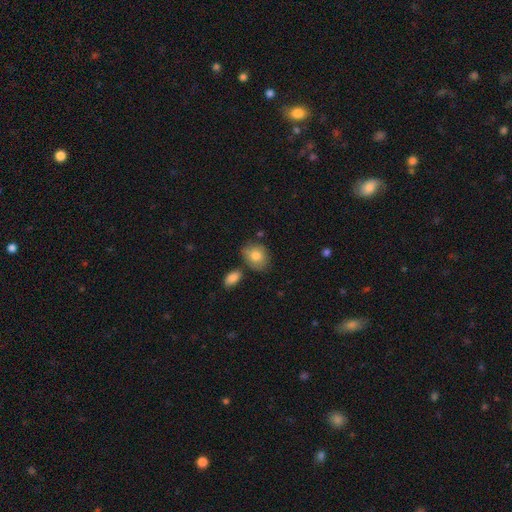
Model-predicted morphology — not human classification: Smooth or featured: smooth — 80% (featured or disk — 13%)
How rounded: in between — 51% (round — 48%)
Merging: none — 68% (minor disturbance — 20%)